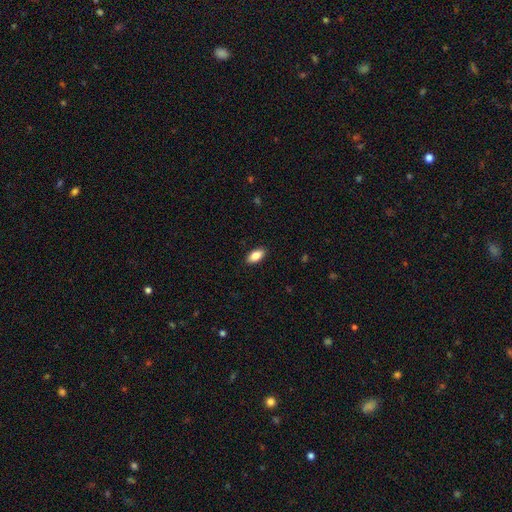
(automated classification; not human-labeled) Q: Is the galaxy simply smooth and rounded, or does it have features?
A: smooth — 85%.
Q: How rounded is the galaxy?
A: in between — 91%.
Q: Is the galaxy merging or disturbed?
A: none — 90%.